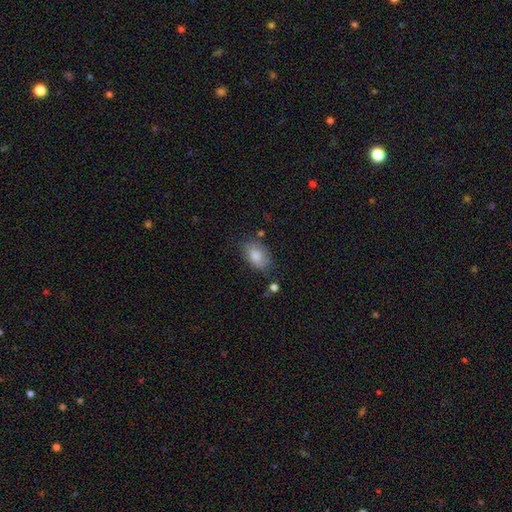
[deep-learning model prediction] This is likely a smooth galaxy (78%). How rounded: clearly in between (88%). Merging: likely none (71%).